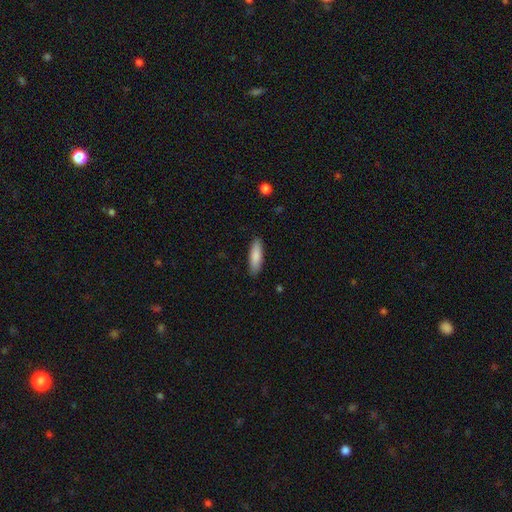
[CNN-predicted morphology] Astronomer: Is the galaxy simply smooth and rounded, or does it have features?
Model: smooth — 86%.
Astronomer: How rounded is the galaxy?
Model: cigar-shaped — 55% (runner-up: in between, 43%).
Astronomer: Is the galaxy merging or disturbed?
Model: none — 88%.